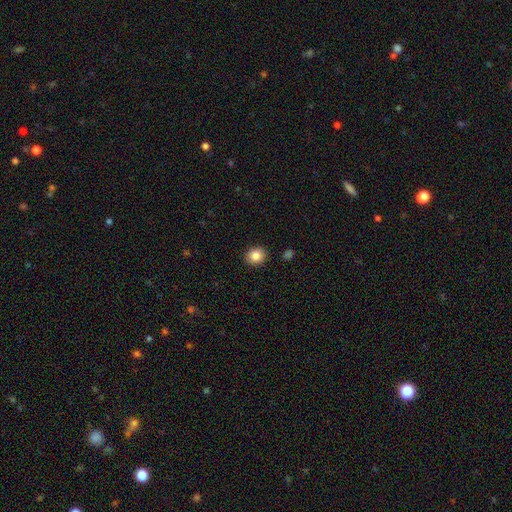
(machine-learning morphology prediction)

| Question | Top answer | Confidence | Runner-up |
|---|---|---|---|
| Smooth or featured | smooth | 85% | star or artifact (9%) |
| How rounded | round | 68% | in between (31%) |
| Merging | none | 91% | minor disturbance (6%) |